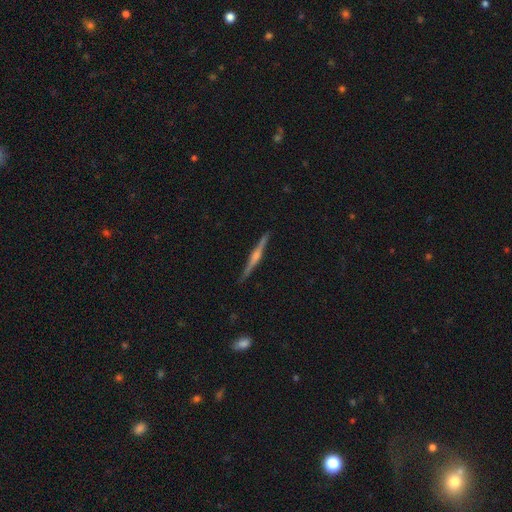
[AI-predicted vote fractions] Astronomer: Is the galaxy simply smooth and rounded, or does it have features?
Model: featured or disk — 79%.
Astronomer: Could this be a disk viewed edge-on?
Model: yes — 98%.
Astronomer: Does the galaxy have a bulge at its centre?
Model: rounded — 80%.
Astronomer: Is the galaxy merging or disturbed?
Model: none — 91%.